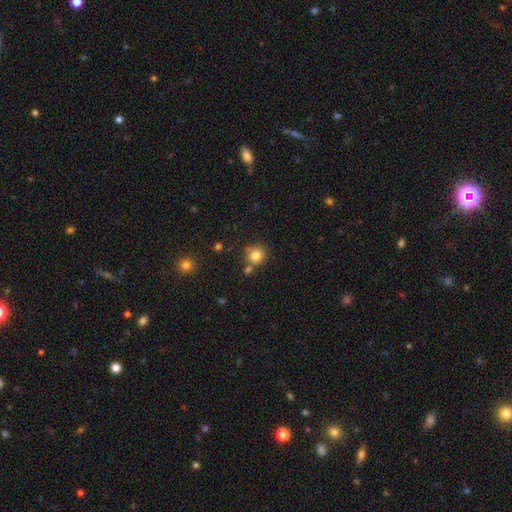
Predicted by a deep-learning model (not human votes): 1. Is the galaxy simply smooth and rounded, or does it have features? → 81% smooth, 12% star or artifact, 7% featured or disk.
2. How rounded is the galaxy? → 90% round, 9% in between, 1% cigar-shaped.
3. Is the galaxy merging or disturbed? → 68% none, 17% merger, 12% minor disturbance, 4% major disturbance.